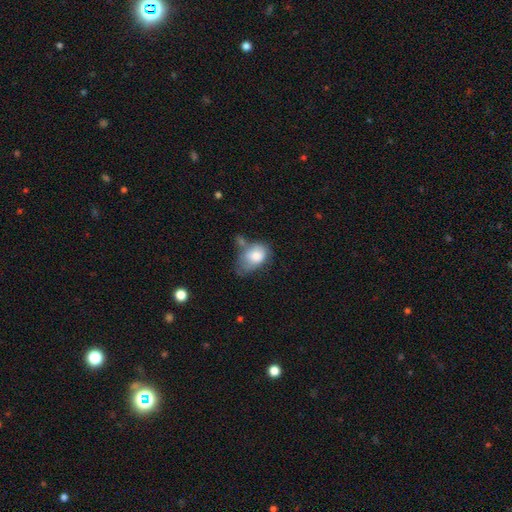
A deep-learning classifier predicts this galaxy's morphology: Smooth or featured? Predicted: smooth (p=0.74). How rounded? Predicted: in between (p=0.81). Merging? Predicted: minor disturbance (p=0.32).